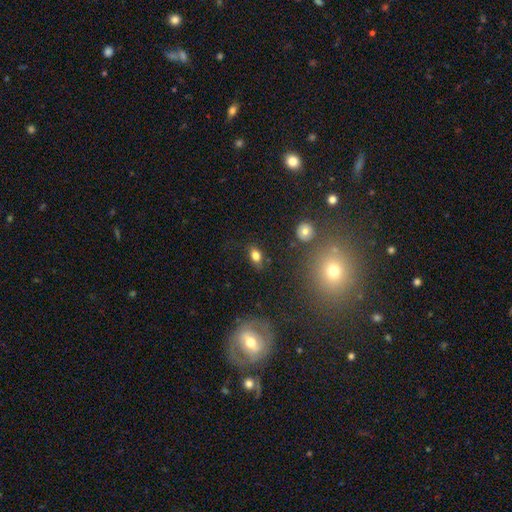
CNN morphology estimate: Smooth or featured? smooth (80%)
How rounded? in between (82%)
Merging? none (77%)